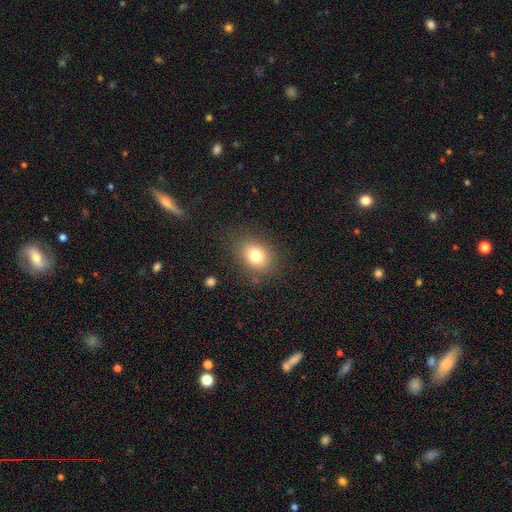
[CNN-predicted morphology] smooth-or-featured: smooth: 78% | star or artifact: 11% | featured or disk: 10%
  how-rounded: in between: 63% | round: 36% | cigar-shaped: 1%
  merging: none: 82% | minor disturbance: 12% | major disturbance: 5% | merger: 1%